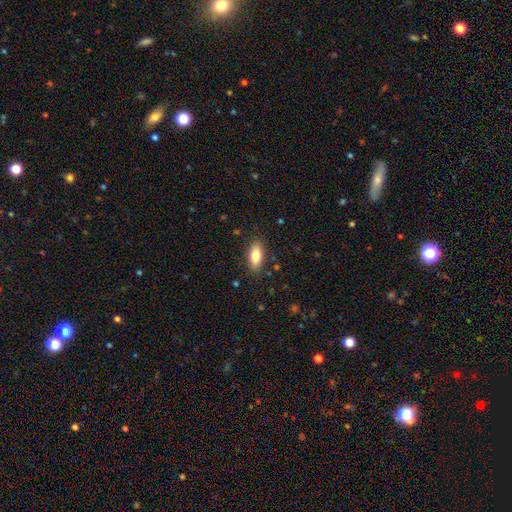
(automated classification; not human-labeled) Q: Smooth or featured?
A: smooth (80%); runner-up: featured or disk (13%)
Q: How rounded?
A: in between (81%); runner-up: cigar-shaped (17%)
Q: Merging?
A: none (86%); runner-up: minor disturbance (10%)